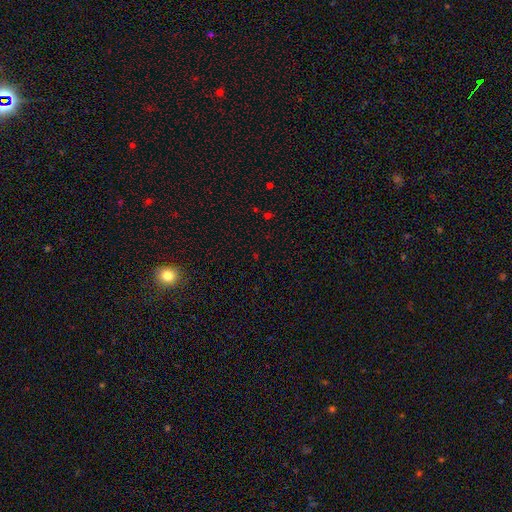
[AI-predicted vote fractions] This appears to be a star or artifact, not a galaxy (63%).